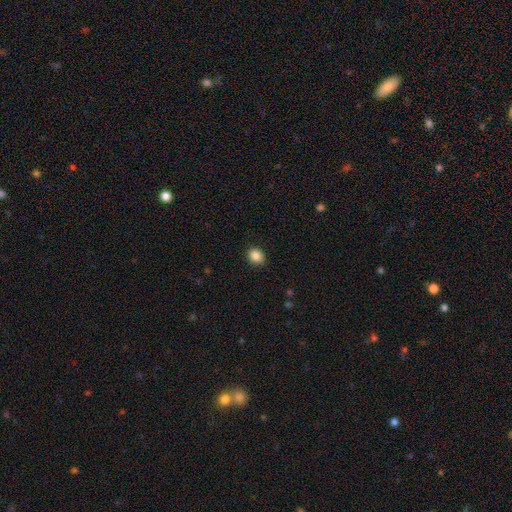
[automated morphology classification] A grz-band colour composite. It shows a smooth galaxy with no disk features (87%) that is round (63%). Merging: none (90%).